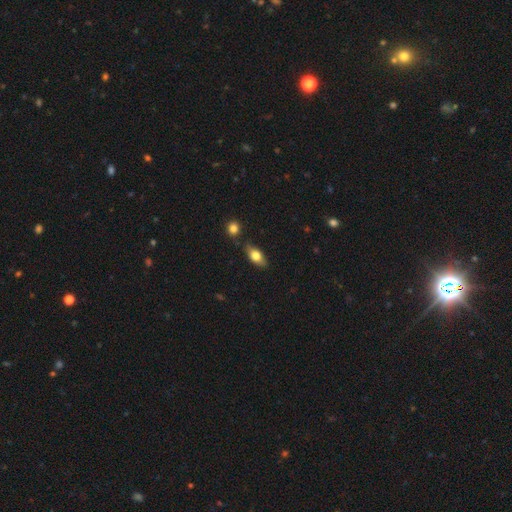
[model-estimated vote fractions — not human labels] A smooth galaxy with no disk features (73%) that is in between round and cigar-shaped (84%). Merging: none (77%).